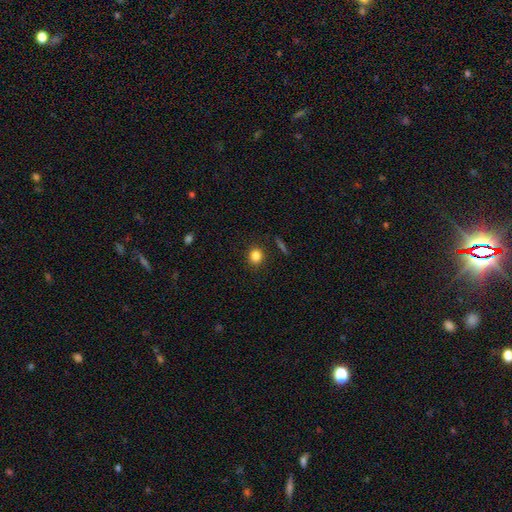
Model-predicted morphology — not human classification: Smooth or featured?
  - smooth: 83% *
  - star or artifact: 11%
  - featured or disk: 5%
How rounded?
  - round: 78% *
  - in between: 20%
  - cigar-shaped: 1%
Merging?
  - none: 90% *
  - minor disturbance: 7%
  - major disturbance: 2%
  - merger: 2%